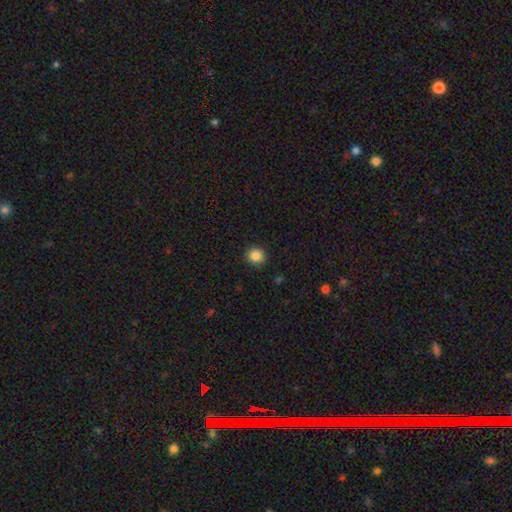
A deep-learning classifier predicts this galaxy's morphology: type=smooth (86%); roundness=round (89%); merging=none (91%).